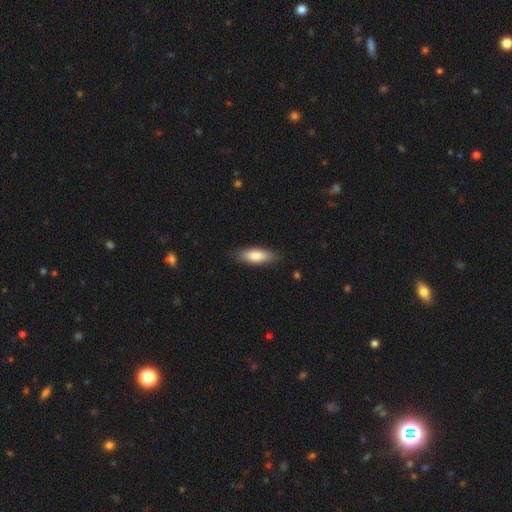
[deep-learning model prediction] Morphology: type=smooth (77%); roundness=in between (66%); merging=none (84%).